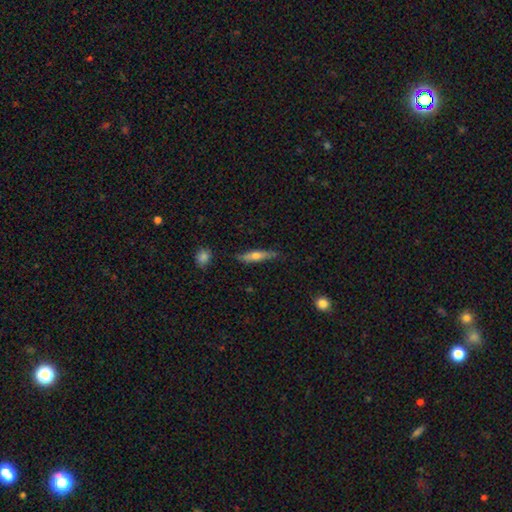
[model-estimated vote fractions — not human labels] A smooth galaxy with no disk features (53%) that is cigar-shaped (77%).

Vote fractions:
- Smooth or featured? smooth: 53% / featured or disk: 41% / star or artifact: 6%
- How rounded? cigar-shaped: 77% / in between: 20% / round: 2%
- Merging? none: 77% / minor disturbance: 17% / major disturbance: 3% / merger: 2%